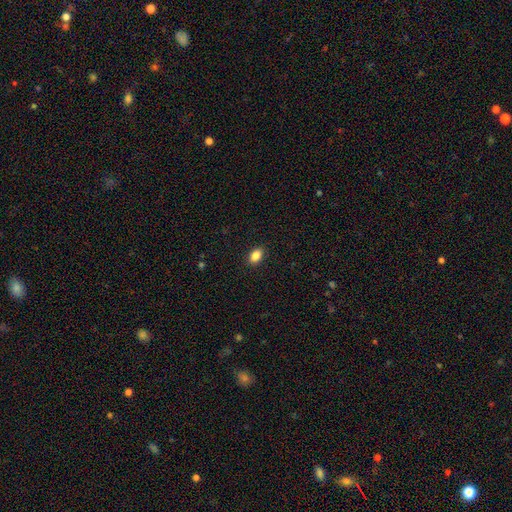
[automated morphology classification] This is clearly a smooth galaxy (86%). How rounded: clearly in between (86%). Merging: clearly none (90%).